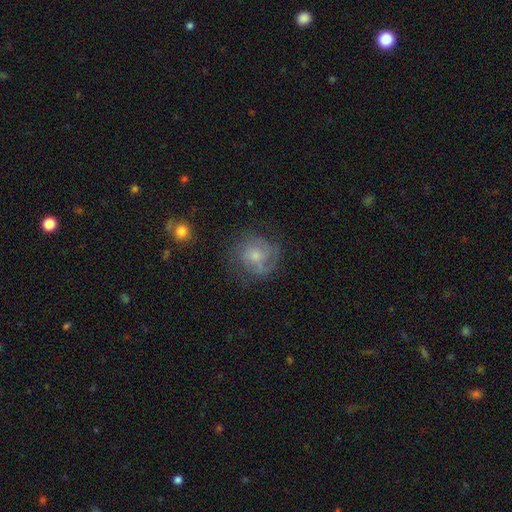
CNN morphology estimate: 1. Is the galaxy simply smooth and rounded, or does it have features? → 59% featured or disk, 32% smooth, 9% star or artifact.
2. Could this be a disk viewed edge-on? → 98% no, 2% yes.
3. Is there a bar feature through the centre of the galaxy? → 72% no, 24% weak, 3% strong.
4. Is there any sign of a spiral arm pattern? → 79% yes, 21% no.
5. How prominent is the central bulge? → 44% moderate (tied), 44% small (tied), 7% none, 4% large, 1% dominant.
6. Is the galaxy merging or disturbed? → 65% none, 20% minor disturbance, 13% major disturbance, 2% merger.